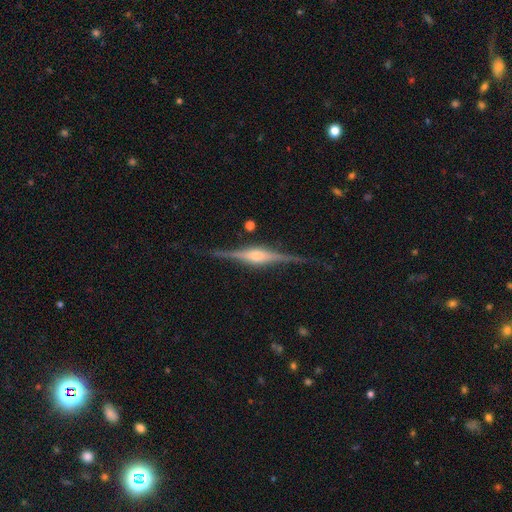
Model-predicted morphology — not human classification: Smooth or featured? featured or disk (86%)
Edge-on disk? yes (98%)
Edge-on bulge? rounded (80%)
Merging? none (85%)